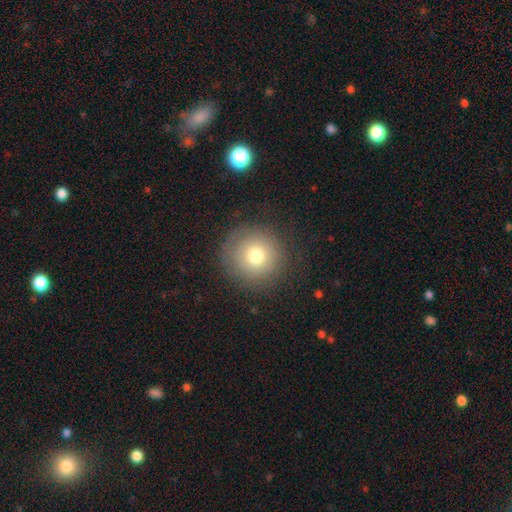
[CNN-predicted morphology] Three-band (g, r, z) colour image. It shows a smooth galaxy with no disk features (73%) that is round (96%). Merging: none (84%).